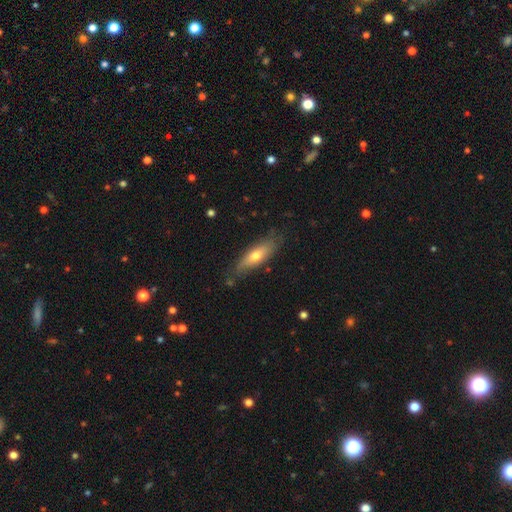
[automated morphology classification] This is likely a smooth galaxy (61%). How rounded: possibly in between (50%). Merging: likely none (72%).